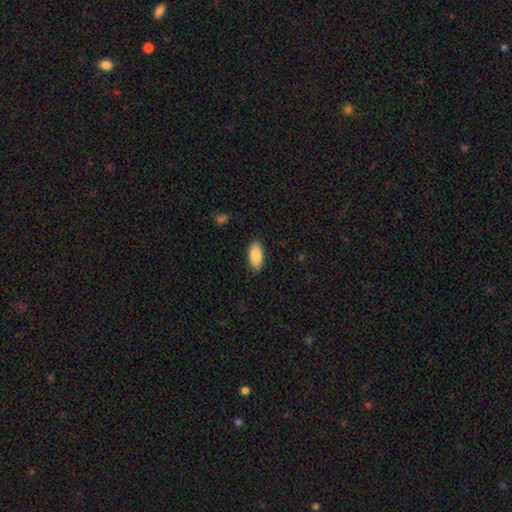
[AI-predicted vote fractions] smooth_or_featured: smooth (p=0.88) [alt: featured or disk p=0.06]
how_rounded: in between (p=0.91) [alt: cigar-shaped p=0.07]
merging: none (p=0.87) [alt: minor disturbance p=0.09]